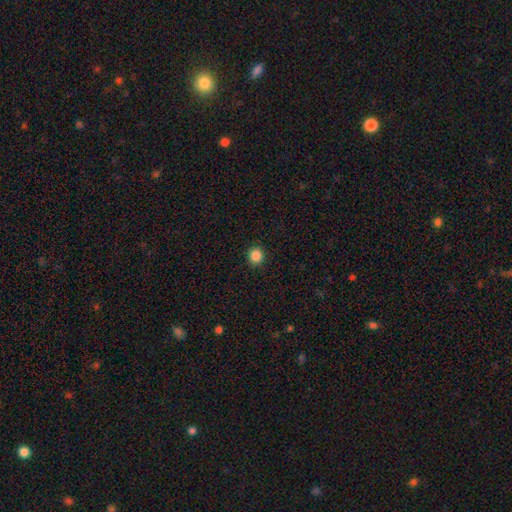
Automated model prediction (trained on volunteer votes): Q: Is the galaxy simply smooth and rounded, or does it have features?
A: smooth — 86%.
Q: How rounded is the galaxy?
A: round — 89%.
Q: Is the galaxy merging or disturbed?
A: none — 92%.